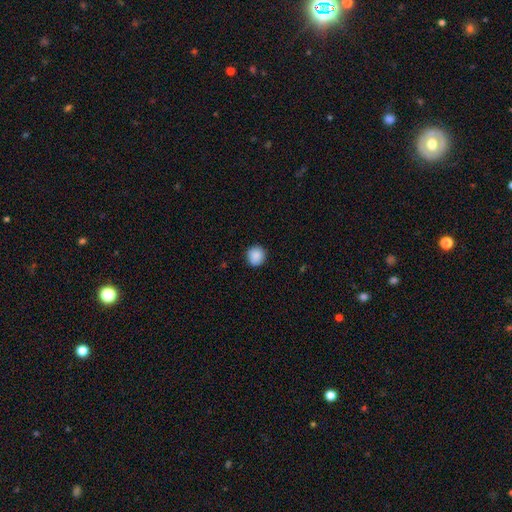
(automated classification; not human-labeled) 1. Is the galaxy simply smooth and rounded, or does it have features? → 89% smooth, 8% star or artifact, 3% featured or disk.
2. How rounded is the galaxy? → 93% round, 6% in between, 1% cigar-shaped.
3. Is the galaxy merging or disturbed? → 91% none, 6% minor disturbance, 2% major disturbance, 1% merger.